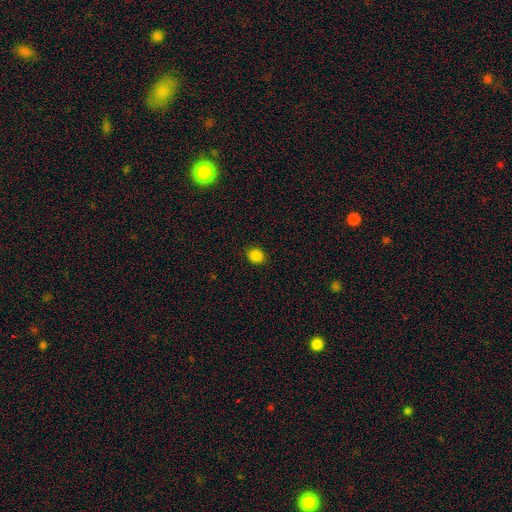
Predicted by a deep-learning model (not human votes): Smooth or featured: smooth — 85% (star or artifact — 12%)
How rounded: round — 74% (in between — 25%)
Merging: none — 91% (minor disturbance — 6%)